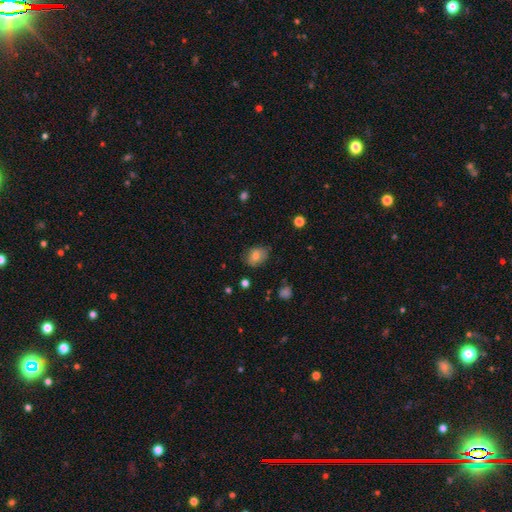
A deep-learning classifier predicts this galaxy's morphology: The model was most divided on "how rounded": in between: 63%, round: 36%, cigar-shaped: 1%. More confident: merging — none (77%); smooth or featured — smooth (76%).